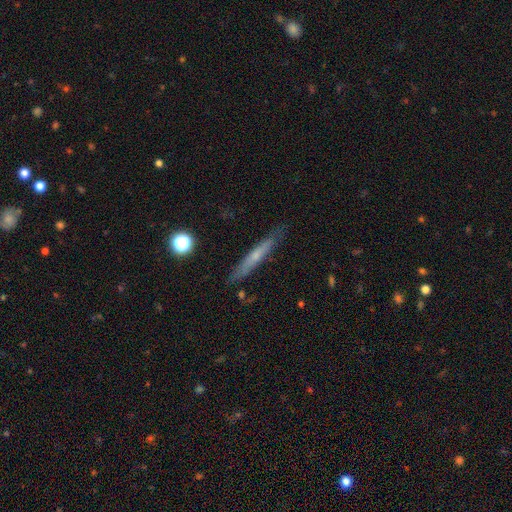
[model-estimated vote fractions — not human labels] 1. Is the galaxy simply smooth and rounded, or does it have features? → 48% featured or disk, 45% smooth, 7% star or artifact.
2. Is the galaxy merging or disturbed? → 85% none, 11% minor disturbance, 2% major disturbance, 2% merger.